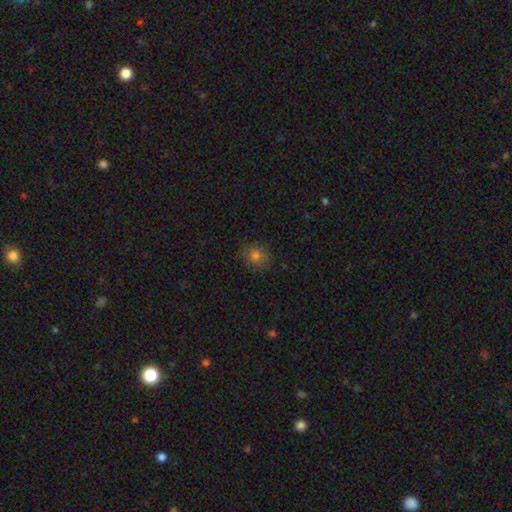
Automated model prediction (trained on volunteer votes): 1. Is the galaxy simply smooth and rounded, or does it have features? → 77% smooth, 15% star or artifact, 8% featured or disk.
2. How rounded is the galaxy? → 81% round, 18% in between, 1% cigar-shaped.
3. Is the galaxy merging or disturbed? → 85% none, 11% minor disturbance, 3% major disturbance, 1% merger.